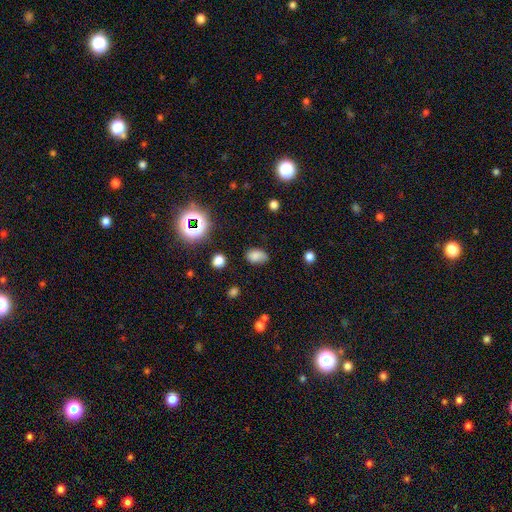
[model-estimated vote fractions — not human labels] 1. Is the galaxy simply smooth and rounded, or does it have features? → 74% smooth, 16% star or artifact, 10% featured or disk.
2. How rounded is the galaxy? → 84% in between, 15% round, 1% cigar-shaped.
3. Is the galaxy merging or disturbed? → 66% none, 25% minor disturbance, 7% major disturbance, 3% merger.